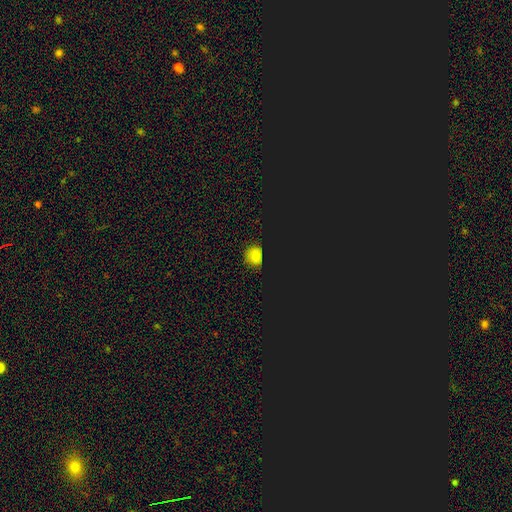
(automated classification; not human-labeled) A smooth galaxy with no disk features (59%) that is round (72%). Merging: none (79%).